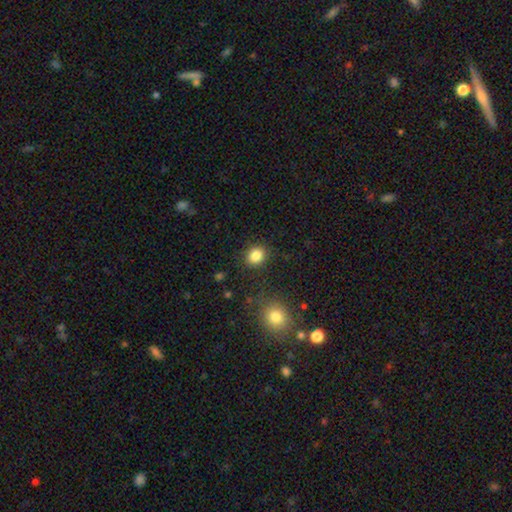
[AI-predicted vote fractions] Q: Smooth or featured?
A: smooth (84%); runner-up: star or artifact (11%)
Q: How rounded?
A: round (71%); runner-up: in between (28%)
Q: Merging?
A: none (87%); runner-up: minor disturbance (8%)